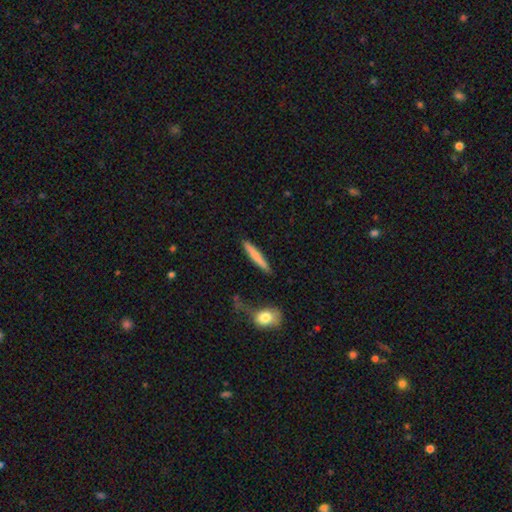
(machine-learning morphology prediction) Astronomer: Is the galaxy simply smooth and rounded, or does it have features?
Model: smooth — 73%.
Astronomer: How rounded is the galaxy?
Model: cigar-shaped — 94%.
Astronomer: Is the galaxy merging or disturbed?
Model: none — 85%.